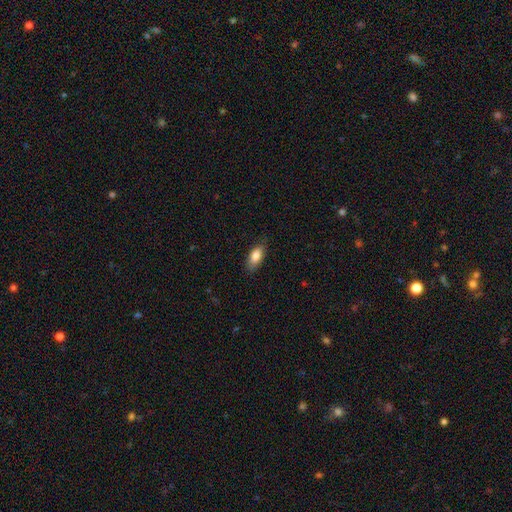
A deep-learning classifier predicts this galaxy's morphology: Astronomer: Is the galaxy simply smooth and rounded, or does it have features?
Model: smooth — 82%.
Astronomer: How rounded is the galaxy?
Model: in between — 85%.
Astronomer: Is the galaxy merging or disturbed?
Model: none — 80%.